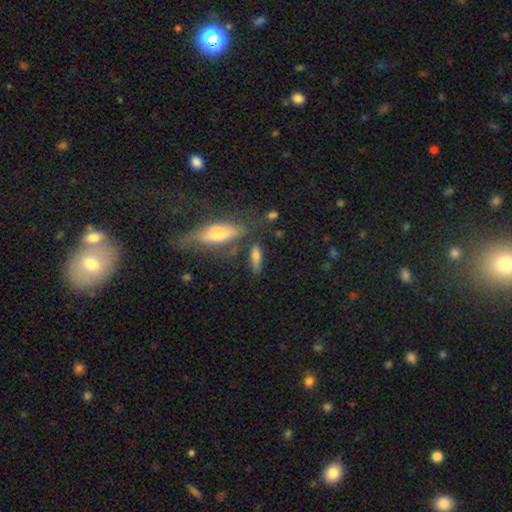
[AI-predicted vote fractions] Smooth or featured? Predicted: smooth (p=0.73). How rounded? Predicted: in between (p=0.50). Merging? Predicted: none (p=0.64).